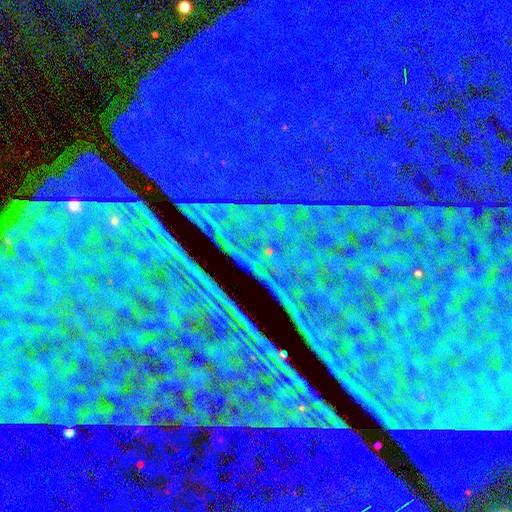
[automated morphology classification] This appears to be a star or artifact, not a galaxy (87%).